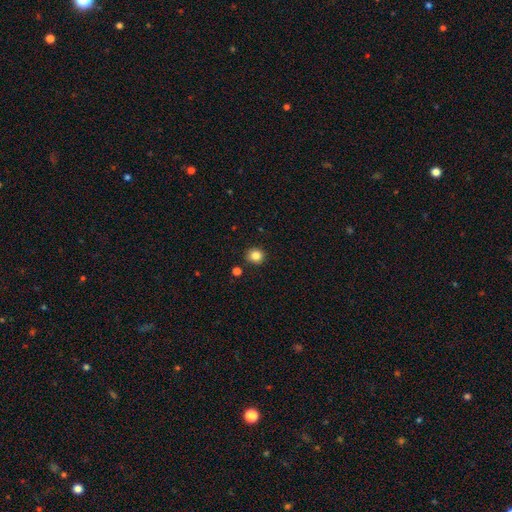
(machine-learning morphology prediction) Smooth or featured: smooth — 84% (star or artifact — 11%)
How rounded: round — 85% (in between — 14%)
Merging: none — 86% (minor disturbance — 9%)